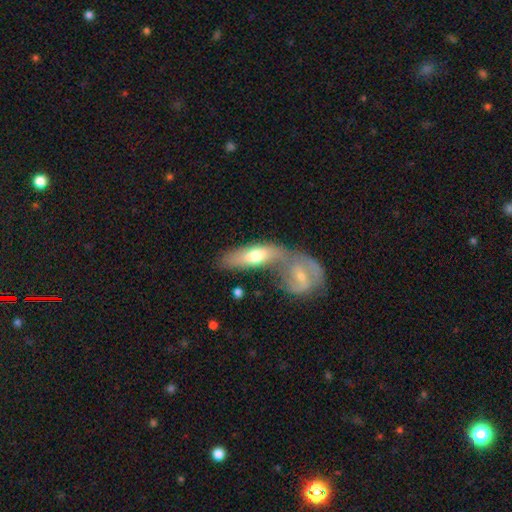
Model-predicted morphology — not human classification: Smooth or featured?
  - smooth: 59% *
  - featured or disk: 35%
  - star or artifact: 6%
How rounded?
  - in between: 61% *
  - cigar-shaped: 34%
  - round: 4%
Merging?
  - merger: 61% *
  - none: 24%
  - minor disturbance: 9%
  - major disturbance: 6%